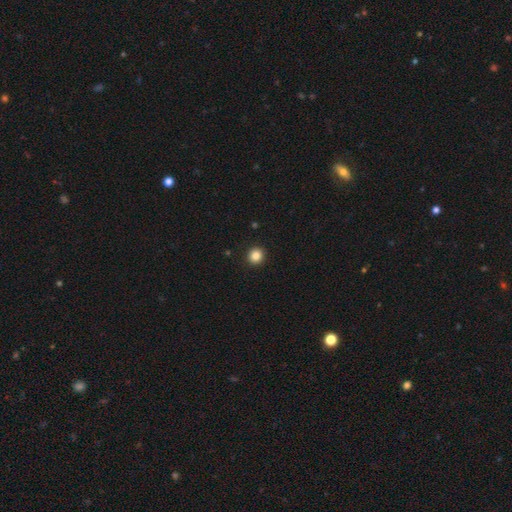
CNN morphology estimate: smooth-or-featured: smooth: 86% | star or artifact: 11% | featured or disk: 4%
  how-rounded: round: 90% | in between: 9% | cigar-shaped: 1%
  merging: none: 93% | minor disturbance: 5% | major disturbance: 2% | merger: 1%